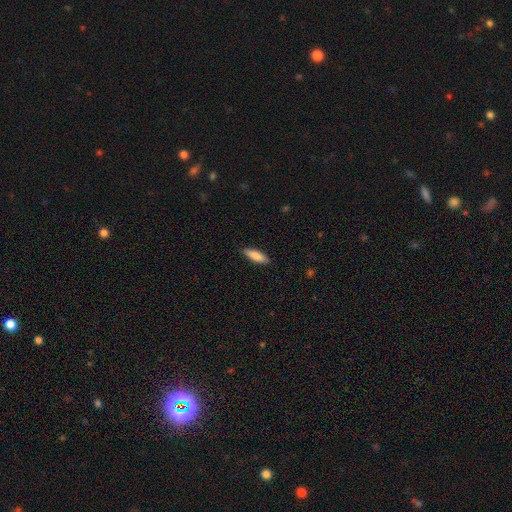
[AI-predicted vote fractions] Smooth or featured? smooth (85%)
How rounded? cigar-shaped (50%)
Merging? none (87%)